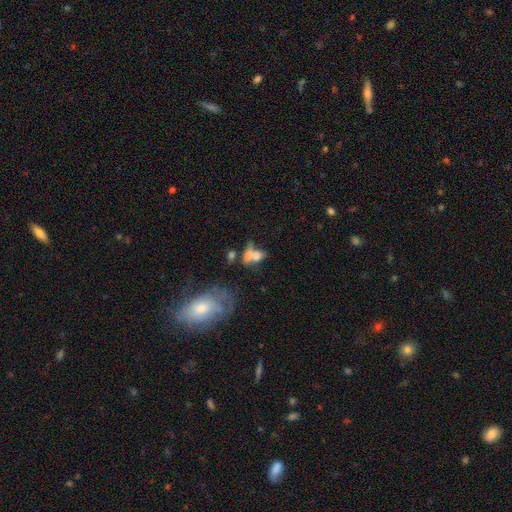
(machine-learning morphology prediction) type=smooth (63%); roundness=in between (71%); merging=merger (56%).